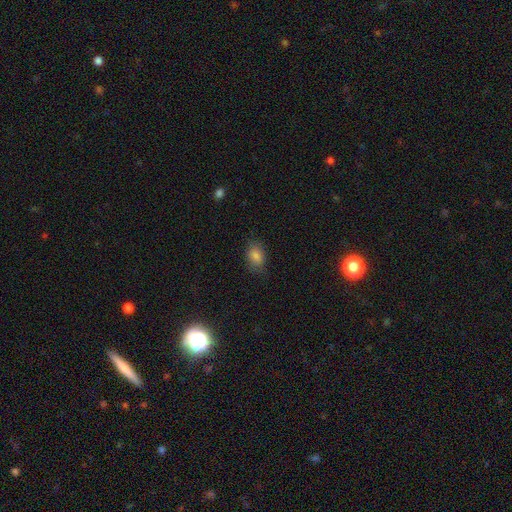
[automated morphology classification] This is clearly a smooth galaxy (81%). How rounded: clearly in between (82%). Merging: likely none (76%).